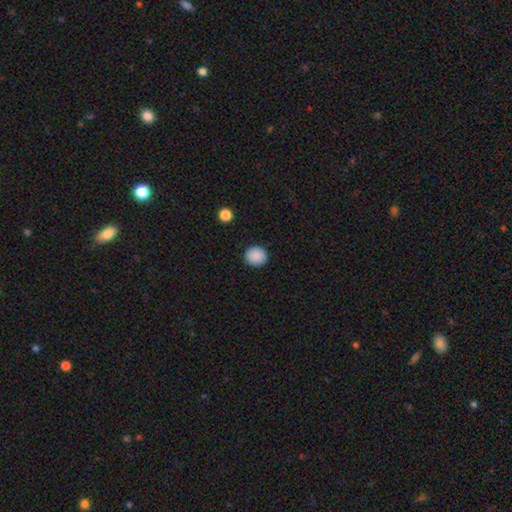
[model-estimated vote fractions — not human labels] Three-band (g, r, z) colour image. It shows a smooth galaxy with no disk features (89%) that is round (86%). Merging: none (91%).